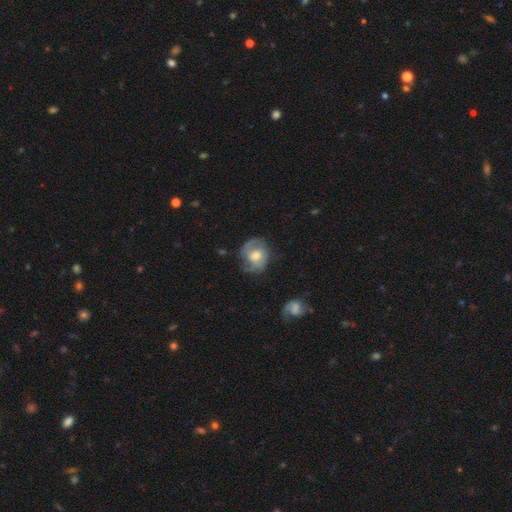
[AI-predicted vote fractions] A featured or disk galaxy (58%) with no bar (60%), spiral arms (82%) and a moderate central bulge (60%). Merging: none (61%).